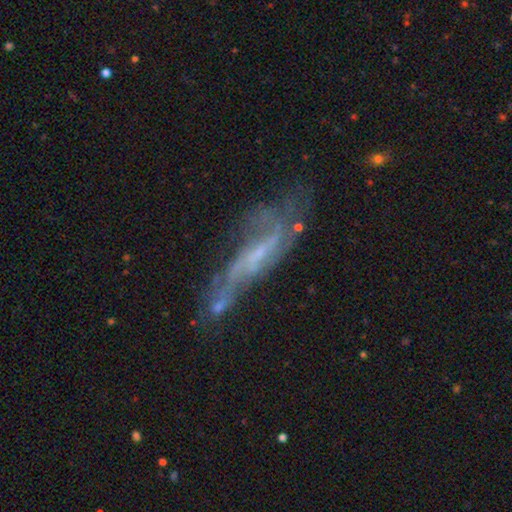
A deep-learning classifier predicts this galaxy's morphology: The model was most divided on "bar": no: 41%, weak: 39%, strong: 20%. Remaining: smooth or featured — featured or disk (72%); edge-on disk — no (71%); spiral arms — yes (71%); bulge size — small (48%); merging — none (42%).